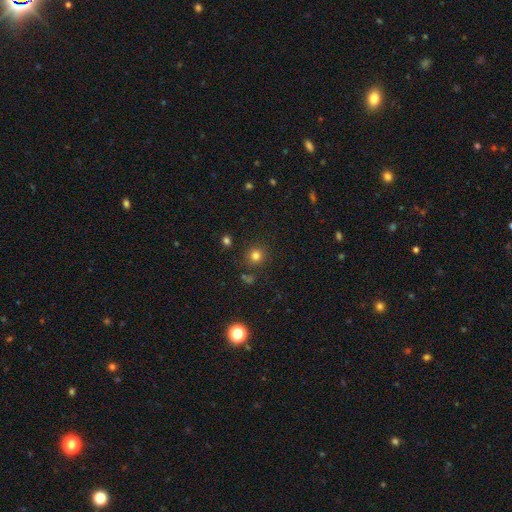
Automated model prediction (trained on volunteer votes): Overall: smooth (78%). How rounded: round (93%). Merging: none (86%).